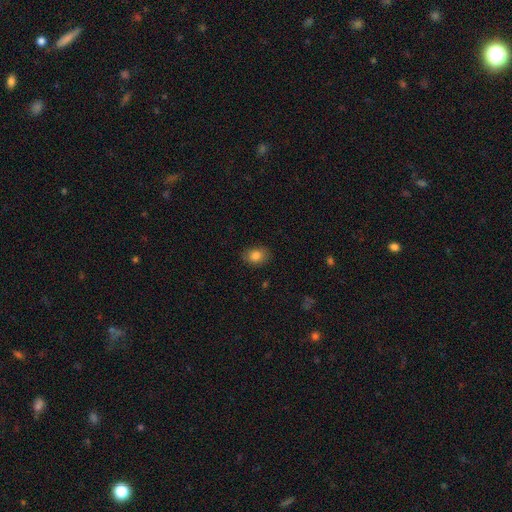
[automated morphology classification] Smooth or featured?
  - smooth: 83% *
  - star or artifact: 10%
  - featured or disk: 7%
How rounded?
  - in between: 70% *
  - round: 29%
  - cigar-shaped: 1%
Merging?
  - none: 85% *
  - minor disturbance: 11%
  - major disturbance: 3%
  - merger: 1%